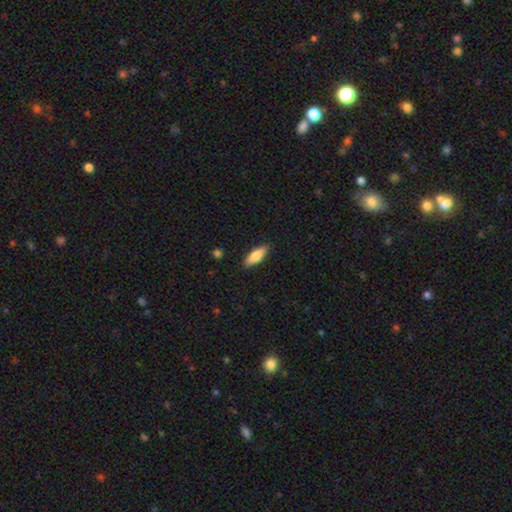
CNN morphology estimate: smooth_or_featured: smooth (p=0.77) [alt: featured or disk p=0.17]
how_rounded: in between (p=0.64) [alt: cigar-shaped p=0.34]
merging: none (p=0.87) [alt: minor disturbance p=0.10]